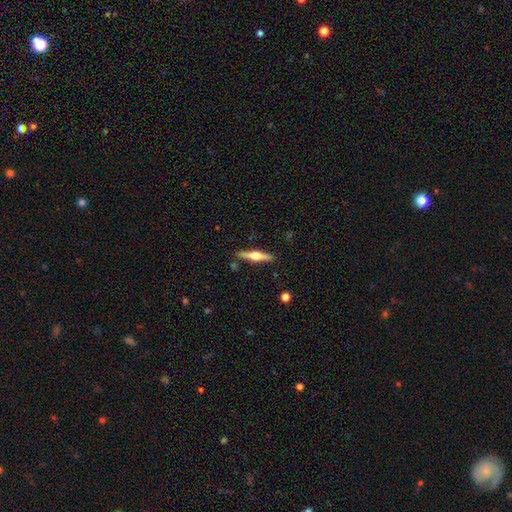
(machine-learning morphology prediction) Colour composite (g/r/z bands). It shows a featured or disk galaxy (69%) viewed edge-on (97%) with a rounded central bulge (95%). Merging: none (88%).